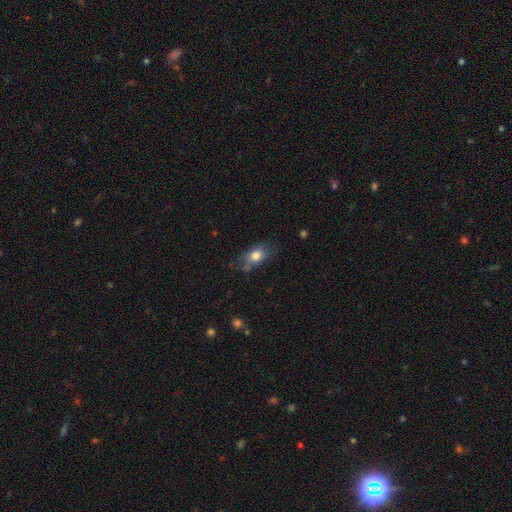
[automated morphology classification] Smooth or featured?
  - smooth: 77% *
  - featured or disk: 15%
  - star or artifact: 9%
How rounded?
  - in between: 77% *
  - round: 17%
  - cigar-shaped: 6%
Merging?
  - none: 58% *
  - minor disturbance: 29%
  - major disturbance: 10%
  - merger: 4%